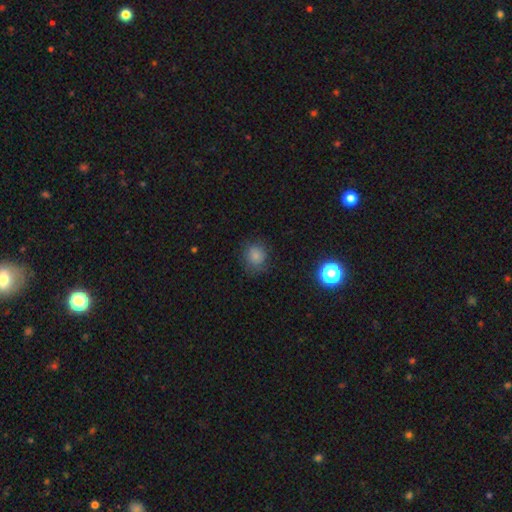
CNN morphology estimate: smooth 81%, star or artifact 13%, featured or disk 7%. Down the decision tree: how rounded — round (81%); merging — none (75%).